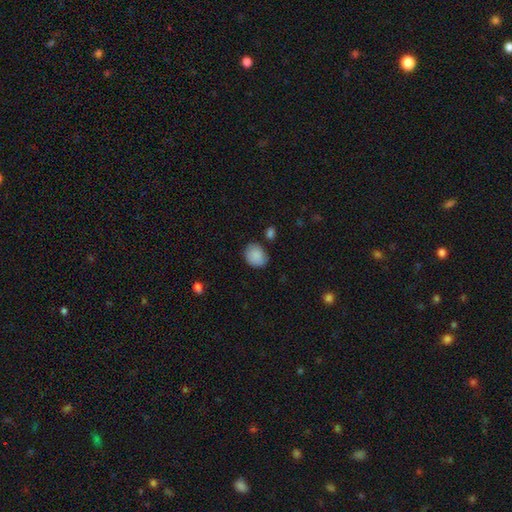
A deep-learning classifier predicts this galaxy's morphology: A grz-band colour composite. It shows a smooth galaxy with no disk features (88%) that is round (50%, tied with in between). Merging: none (77%).